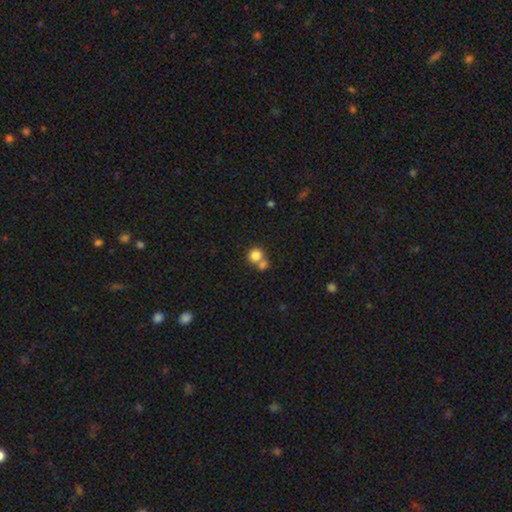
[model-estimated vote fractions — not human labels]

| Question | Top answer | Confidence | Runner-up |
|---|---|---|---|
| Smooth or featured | smooth | 81% | star or artifact (10%) |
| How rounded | round | 80% | in between (19%) |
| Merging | merger | 44% | tied: none (44%) |